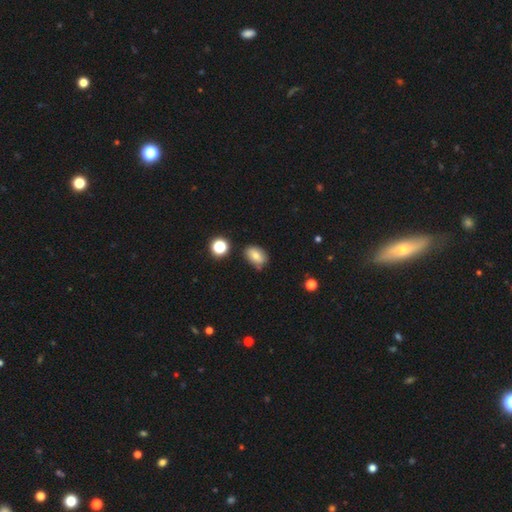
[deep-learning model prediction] This is likely a smooth galaxy (76%). How rounded: clearly in between (82%). Merging: likely none (72%).